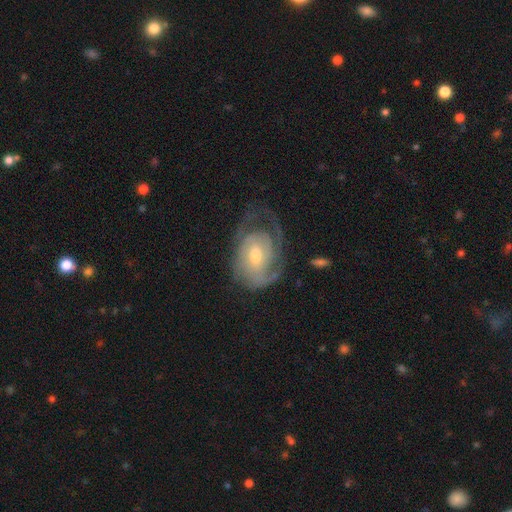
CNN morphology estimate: Overall: featured or disk (79%). Edge-on disk: no (96%). Bar: no (57%; weak 36%). Spiral arms: yes (90%). Spiral arm count: 2 (34%; can't tell 31%). Spiral winding: tight (54%; medium 33%). Bulge size: moderate (57%; small 37%). Merging: none (48%; major disturbance 28%).